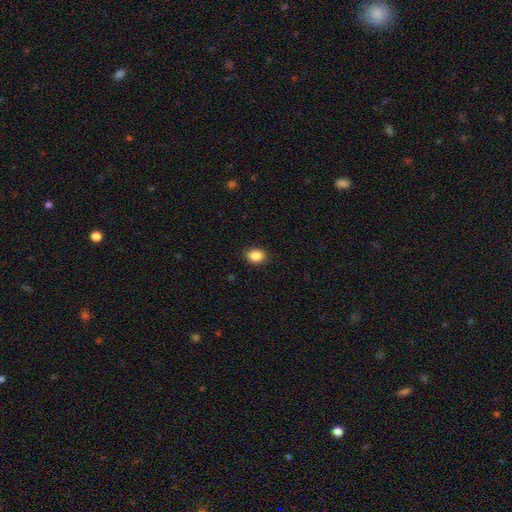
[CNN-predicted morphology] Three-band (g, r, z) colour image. It shows a smooth galaxy with no disk features (88%) that is in between round and cigar-shaped (56%). Merging: none (89%).